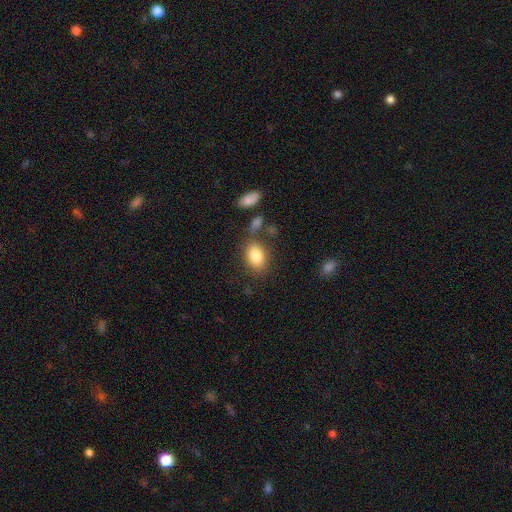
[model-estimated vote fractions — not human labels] Overall: smooth (83%). How rounded: in between (82%). Merging: none (71%).